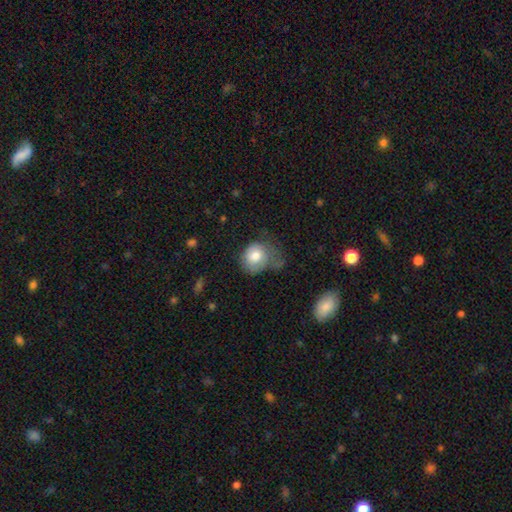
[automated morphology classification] This appears to be a smooth galaxy with no disk features (75%) that is round (66%). Merging: minor disturbance (34%, tied with major disturbance).